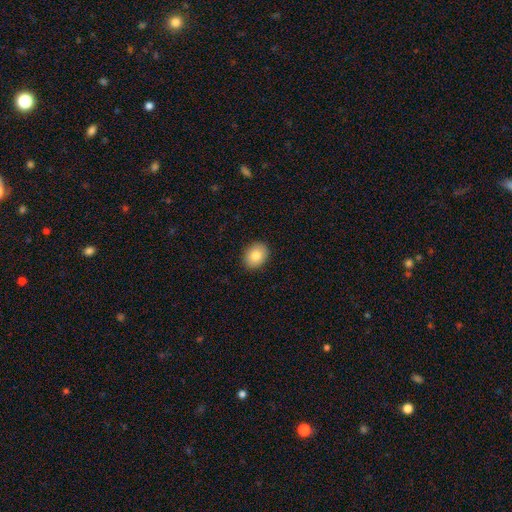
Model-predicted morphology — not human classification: smooth 83%, featured or disk 9%, star or artifact 8%. Down the decision tree: how rounded — in between (51%); merging — none (90%).